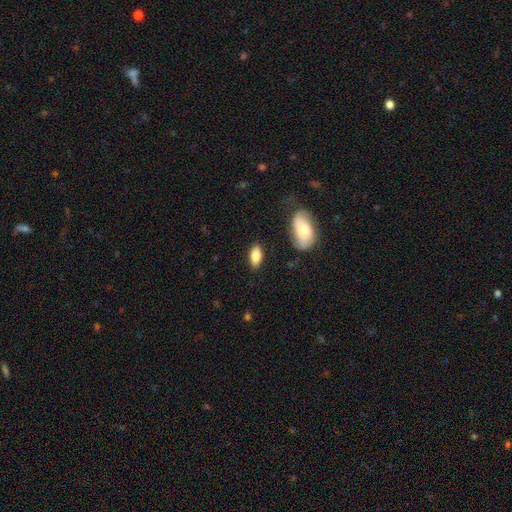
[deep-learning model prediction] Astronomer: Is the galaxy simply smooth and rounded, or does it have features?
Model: smooth — 83%.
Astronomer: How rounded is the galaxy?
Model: in between — 87%.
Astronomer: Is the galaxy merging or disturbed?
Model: none — 85%.